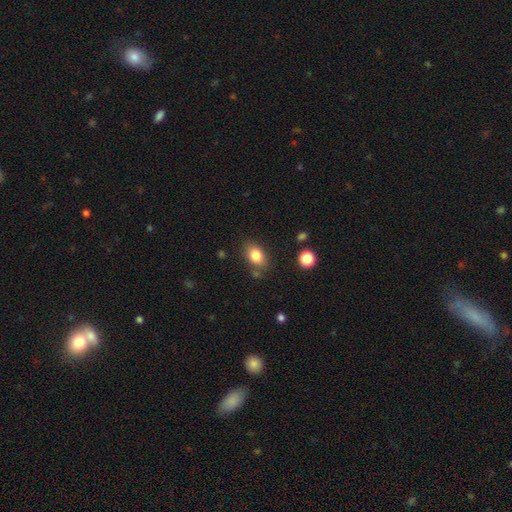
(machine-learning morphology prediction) Smooth or featured? smooth (83%)
How rounded? in between (81%)
Merging? none (76%)